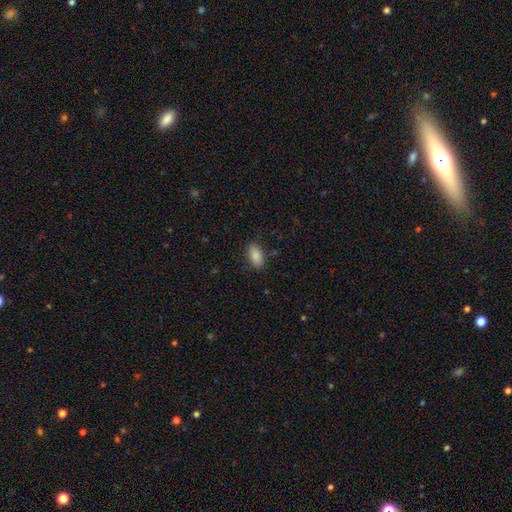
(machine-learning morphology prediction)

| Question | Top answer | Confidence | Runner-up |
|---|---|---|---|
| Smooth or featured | smooth | 87% | star or artifact (7%) |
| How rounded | in between | 92% | cigar-shaped (5%) |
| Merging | none | 86% | minor disturbance (10%) |